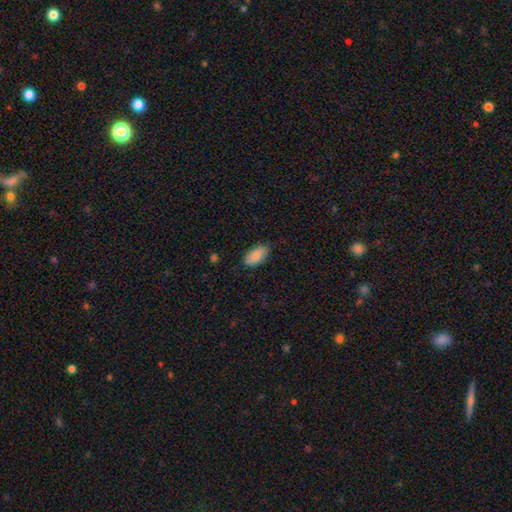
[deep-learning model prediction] This appears to be a smooth galaxy with no disk features (88%) that is in between round and cigar-shaped (94%). Merging: none (81%).